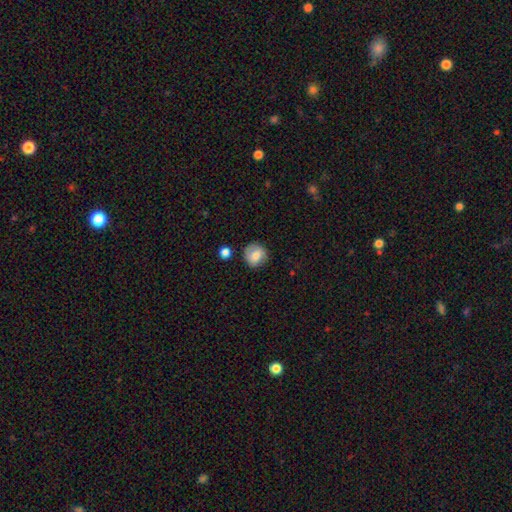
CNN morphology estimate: The model was most divided on "smooth or featured": smooth: 70%, featured or disk: 22%, star or artifact: 8%. More confident: how rounded — round (87%); merging — none (78%).